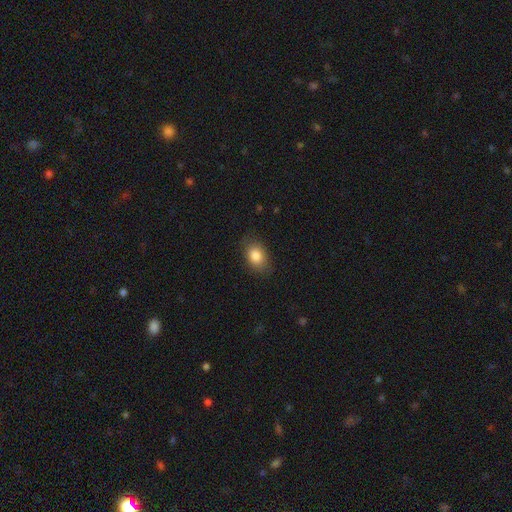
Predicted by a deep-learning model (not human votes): Smooth or featured?
  - smooth: 84% *
  - star or artifact: 9%
  - featured or disk: 7%
How rounded?
  - in between: 76% *
  - round: 23%
  - cigar-shaped: 1%
Merging?
  - none: 82% *
  - minor disturbance: 13%
  - major disturbance: 3%
  - merger: 1%